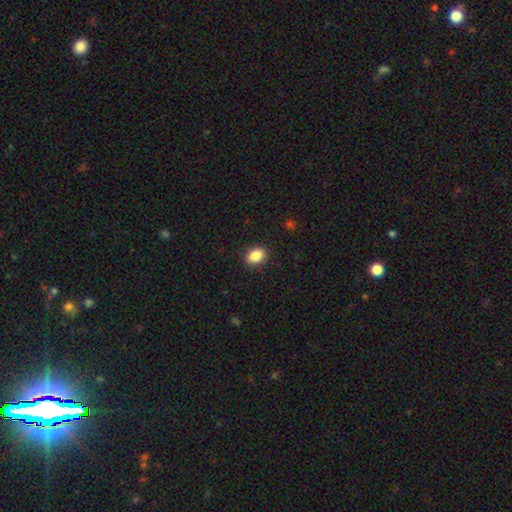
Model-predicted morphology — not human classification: A smooth galaxy with no disk features (88%) that is in between round and cigar-shaped (71%).

Vote fractions:
- Smooth or featured? smooth: 88% / star or artifact: 8% / featured or disk: 4%
- How rounded? in between: 71% / round: 28% / cigar-shaped: 1%
- Merging? none: 89% / minor disturbance: 8% / major disturbance: 2% / merger: 1%